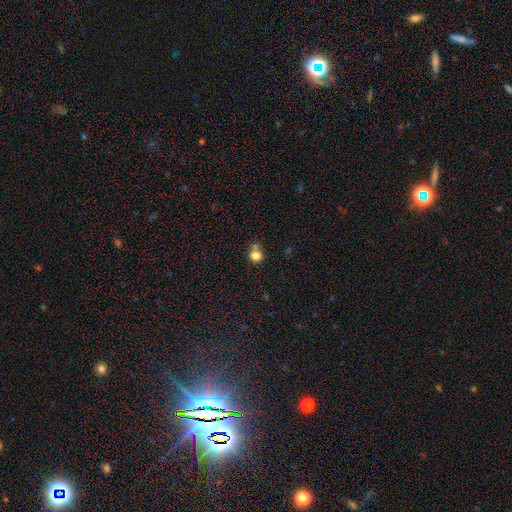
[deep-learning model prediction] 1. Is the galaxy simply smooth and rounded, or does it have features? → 79% smooth, 13% star or artifact, 8% featured or disk.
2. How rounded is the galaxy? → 83% round, 16% in between, 1% cigar-shaped.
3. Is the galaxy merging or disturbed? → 53% none, 26% merger, 15% minor disturbance, 6% major disturbance.